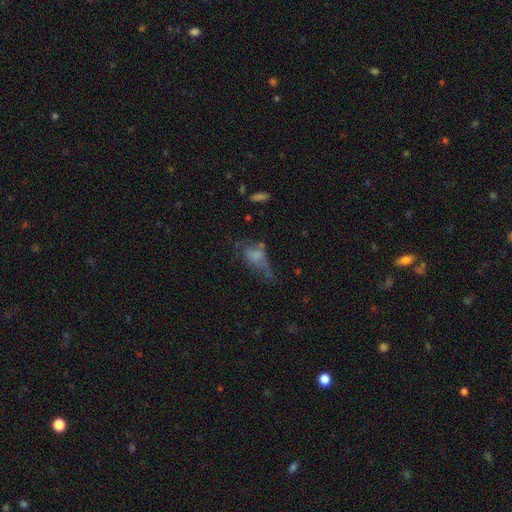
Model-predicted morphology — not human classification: type=smooth (54%); roundness=in between (78%); merging=major disturbance (42%).